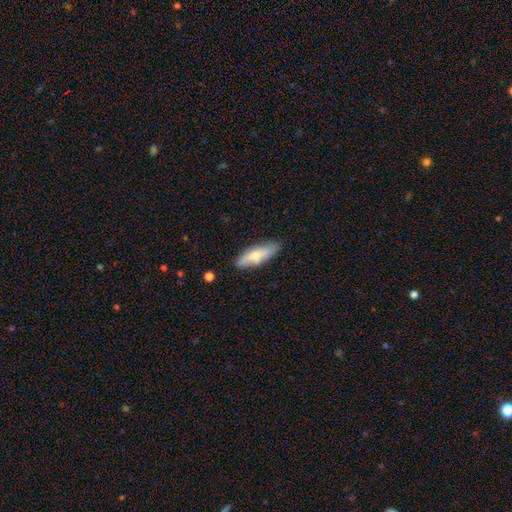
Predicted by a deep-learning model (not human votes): A smooth galaxy with no disk features (64%) that is in between round and cigar-shaped (57%). Merging: none (79%).